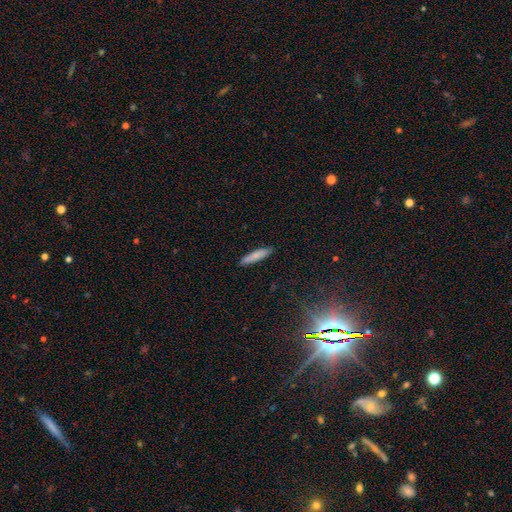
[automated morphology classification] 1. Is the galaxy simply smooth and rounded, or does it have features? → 80% smooth, 13% featured or disk, 6% star or artifact.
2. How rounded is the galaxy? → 84% cigar-shaped, 15% in between, 1% round.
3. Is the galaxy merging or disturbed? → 89% none, 8% minor disturbance, 2% major disturbance, 1% merger.